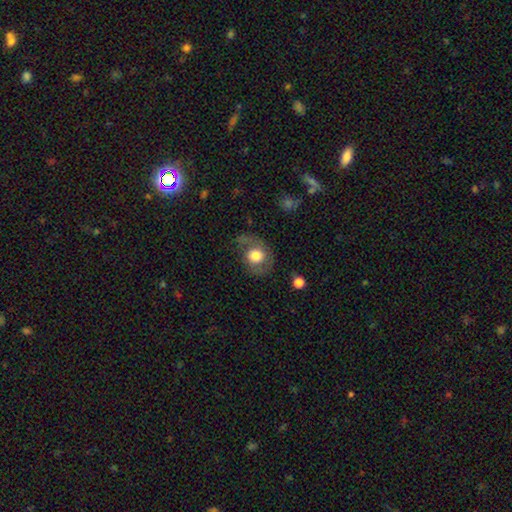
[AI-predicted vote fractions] This appears to be a smooth galaxy with no disk features (57%) that is round (65%). Merging: none (58%).